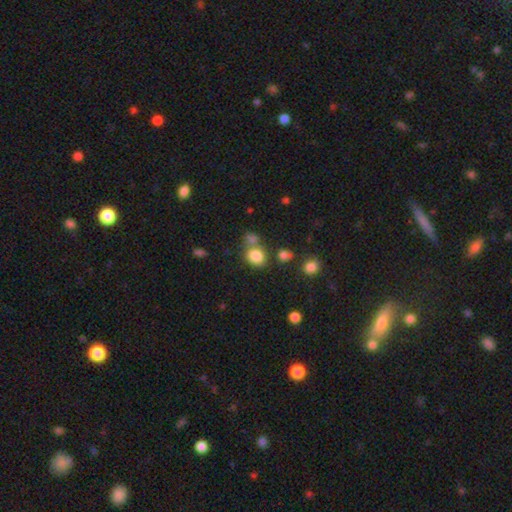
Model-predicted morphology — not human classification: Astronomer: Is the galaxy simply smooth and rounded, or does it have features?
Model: smooth — 83%.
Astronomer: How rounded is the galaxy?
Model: round — 60% (runner-up: in between, 39%).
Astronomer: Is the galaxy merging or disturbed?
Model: none — 58%.